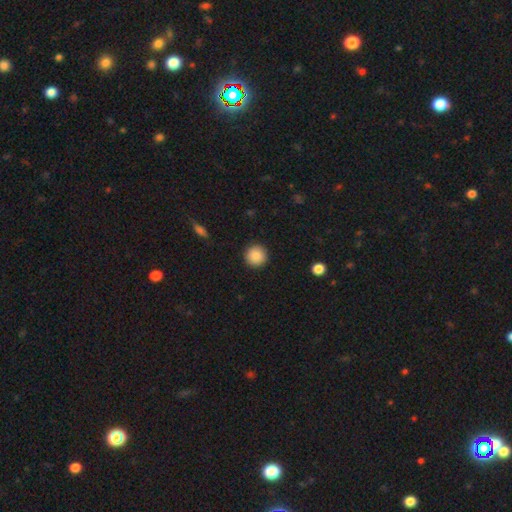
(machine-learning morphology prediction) smooth 88%, star or artifact 8%, featured or disk 4%. Down the decision tree: how rounded — round (95%); merging — none (92%).